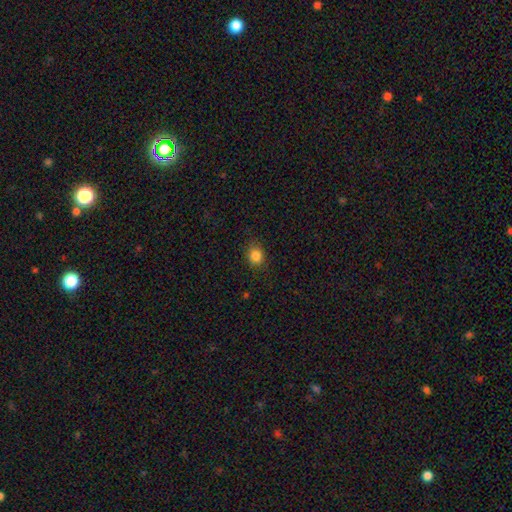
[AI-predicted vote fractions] Q: Smooth or featured?
A: smooth (85%); runner-up: star or artifact (11%)
Q: How rounded?
A: round (63%); runner-up: in between (36%)
Q: Merging?
A: none (85%); runner-up: minor disturbance (11%)